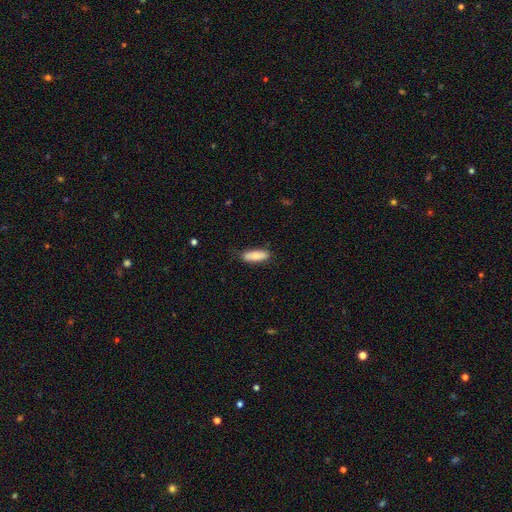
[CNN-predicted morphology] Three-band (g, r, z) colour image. It shows a smooth galaxy with no disk features (75%) that is in between round and cigar-shaped (62%). Merging: none (79%).